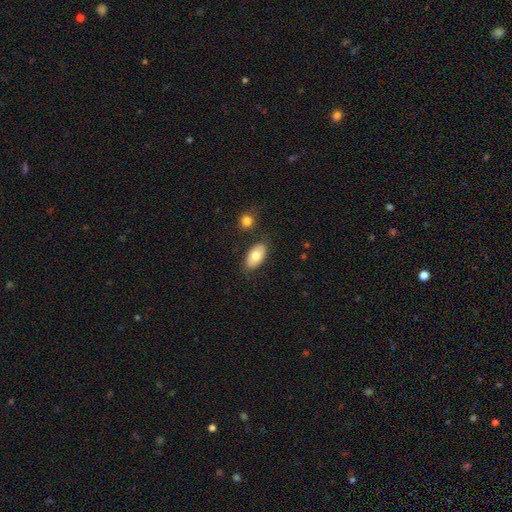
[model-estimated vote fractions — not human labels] The model was most divided on "smooth or featured": smooth: 78%, featured or disk: 15%, star or artifact: 6%. More confident: how rounded — in between (94%); merging — none (80%).